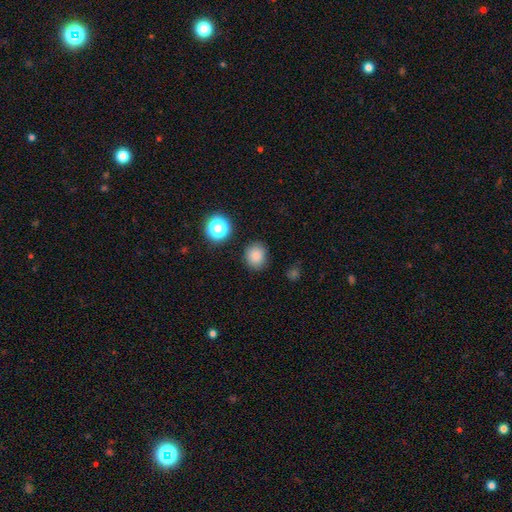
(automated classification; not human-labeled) This is clearly a smooth galaxy (83%). How rounded: likely round (79%). Merging: clearly none (85%).